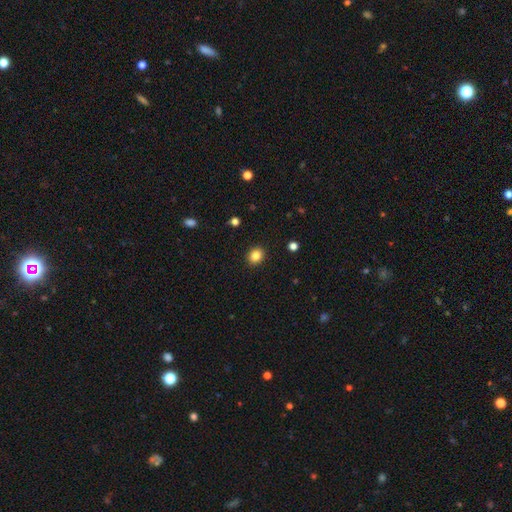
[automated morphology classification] smooth 85%, star or artifact 11%, featured or disk 5%. Down the decision tree: how rounded — round (68%); merging — none (91%).